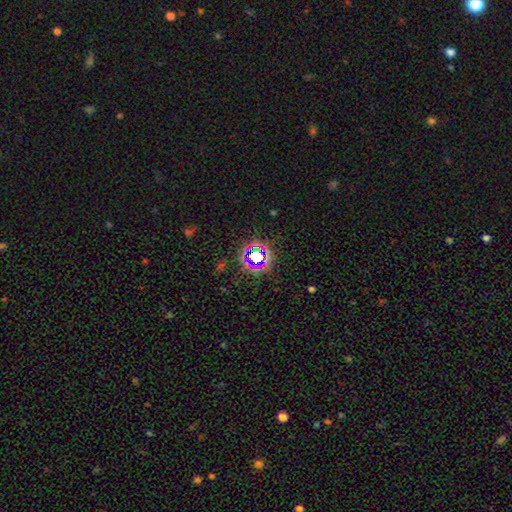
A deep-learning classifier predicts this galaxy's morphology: Q: Smooth or featured?
A: star or artifact (69%); runner-up: smooth (20%)